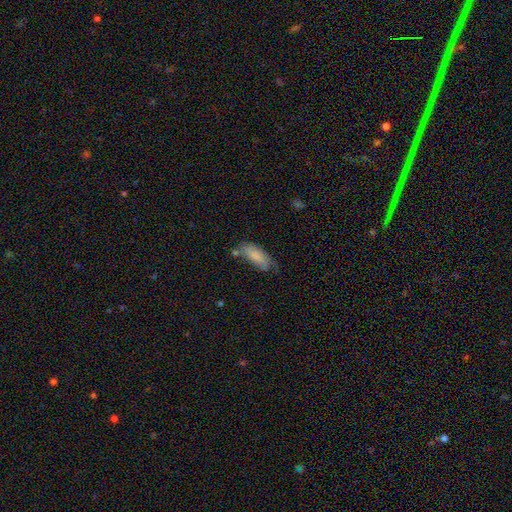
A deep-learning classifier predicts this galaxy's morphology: smooth_or_featured: smooth (p=0.80) [alt: featured or disk p=0.14]
how_rounded: in between (p=0.78) [alt: cigar-shaped p=0.21]
merging: none (p=0.50) [alt: minor disturbance p=0.32]